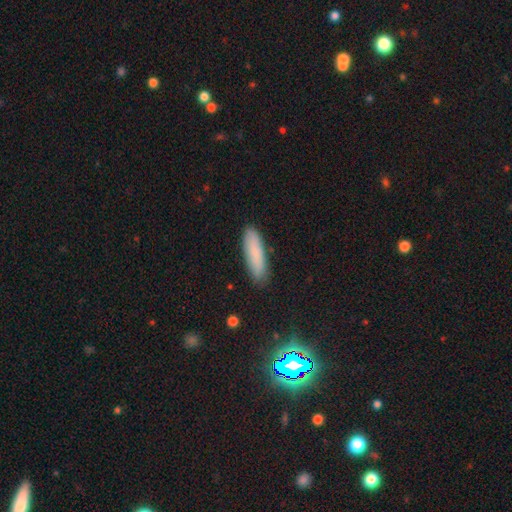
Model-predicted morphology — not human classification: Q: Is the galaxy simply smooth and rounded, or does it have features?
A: smooth — 83%.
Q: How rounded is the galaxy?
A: cigar-shaped — 61%.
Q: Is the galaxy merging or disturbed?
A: none — 86%.